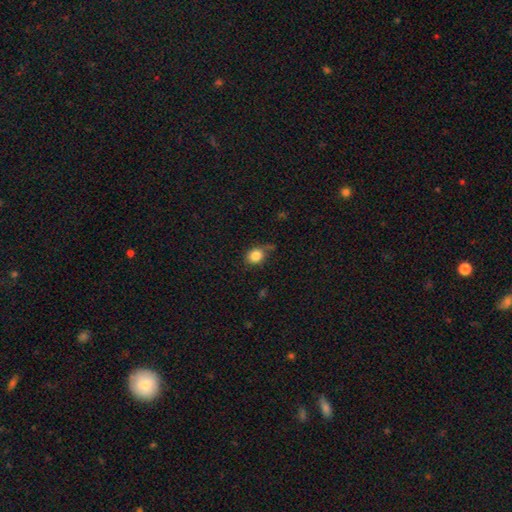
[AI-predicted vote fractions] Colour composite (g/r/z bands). It shows a smooth galaxy with no disk features (83%) that is round (65%). Merging: none (66%).